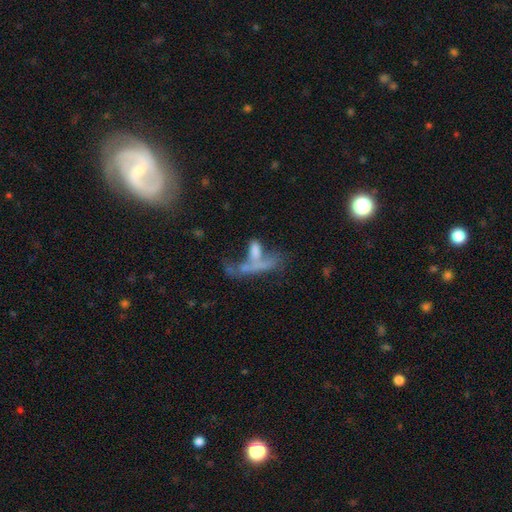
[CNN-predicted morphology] Smooth or featured: smooth — 49% (featured or disk — 36%)
Merging: merger — 48% (major disturbance — 24%)